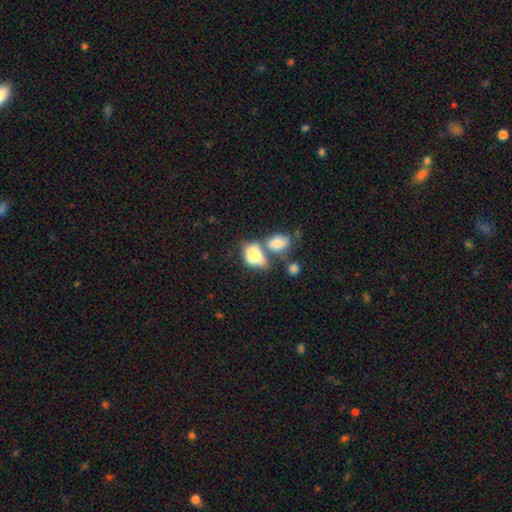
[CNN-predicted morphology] This is likely a smooth galaxy (78%). How rounded: clearly in between (82%). Merging: possibly merger (59%).